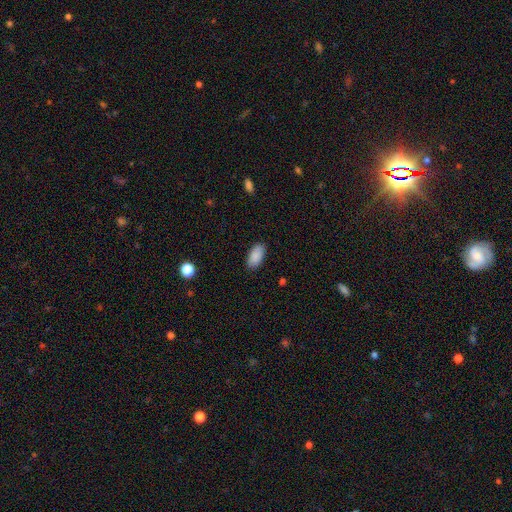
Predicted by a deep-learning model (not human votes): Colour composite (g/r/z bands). It shows a smooth galaxy with no disk features (90%) that is in between round and cigar-shaped (93%). Merging: none (88%).